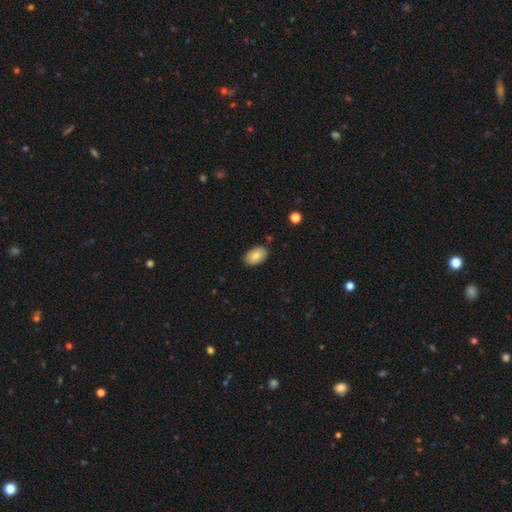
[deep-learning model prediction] This appears to be a smooth galaxy with no disk features (82%) that is in between round and cigar-shaped (92%). Merging: none (85%).